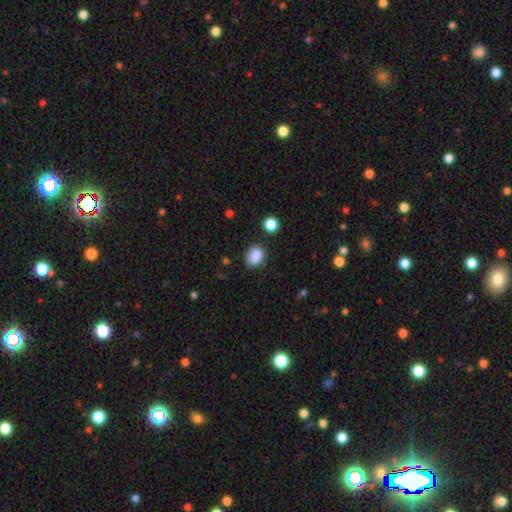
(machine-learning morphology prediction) Q: Smooth or featured?
A: smooth (86%); runner-up: star or artifact (10%)
Q: How rounded?
A: in between (54%); runner-up: round (45%)
Q: Merging?
A: none (77%); runner-up: minor disturbance (16%)